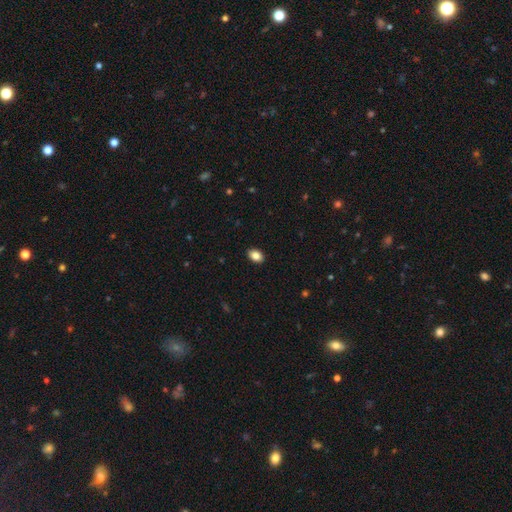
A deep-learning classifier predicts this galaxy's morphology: smooth-or-featured: smooth: 86% | star or artifact: 8% | featured or disk: 6%
  how-rounded: in between: 82% | round: 17% | cigar-shaped: 1%
  merging: none: 91% | minor disturbance: 7% | major disturbance: 2% | merger: 1%